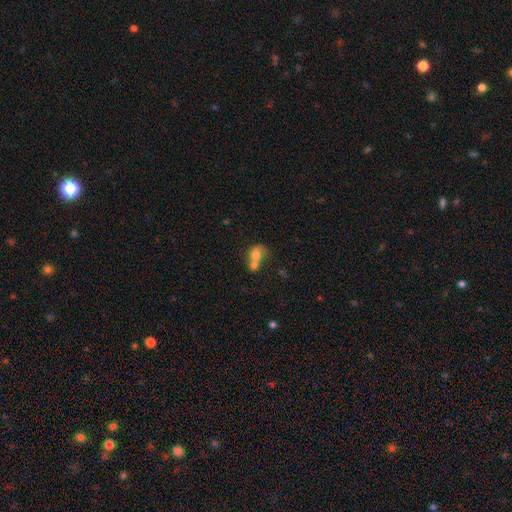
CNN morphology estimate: The model was most divided on "how rounded": in between: 59%, round: 38%, cigar-shaped: 2%. More confident: merging — merger (68%); smooth or featured — smooth (67%).